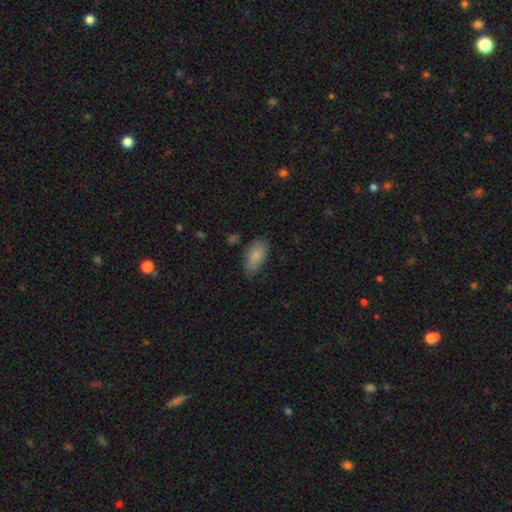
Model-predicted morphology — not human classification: This is clearly a smooth galaxy (86%). How rounded: clearly in between (91%). Merging: likely none (71%).